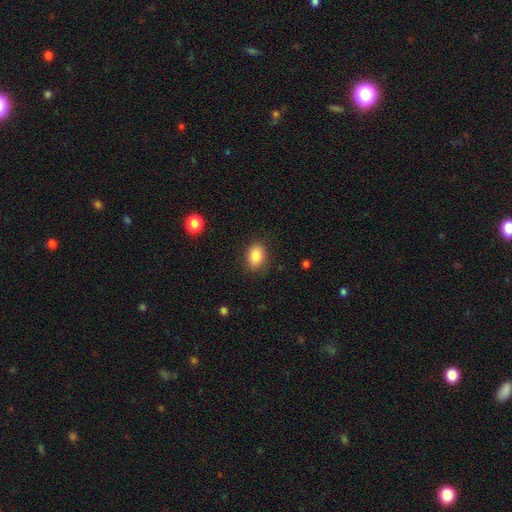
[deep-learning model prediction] Morphology: type=smooth (85%); roundness=in between (75%); merging=none (86%).